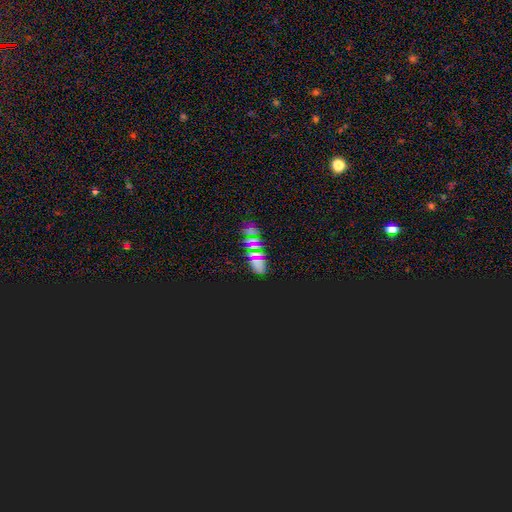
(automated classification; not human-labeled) Overall: star or artifact (65%; smooth 27%).